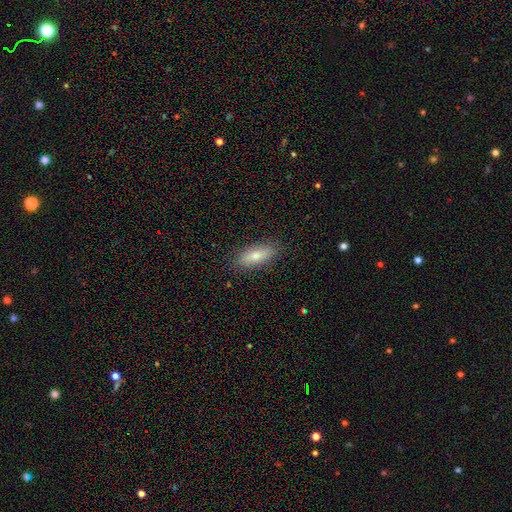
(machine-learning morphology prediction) A smooth galaxy with no disk features (76%) that is in between round and cigar-shaped (70%). Merging: none (86%).